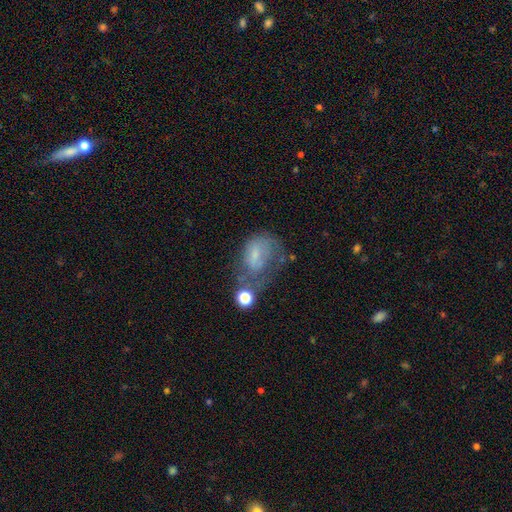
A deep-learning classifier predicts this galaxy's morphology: smooth 46%, featured or disk 41%, star or artifact 13%. Down the decision tree: merging — major disturbance (39%).